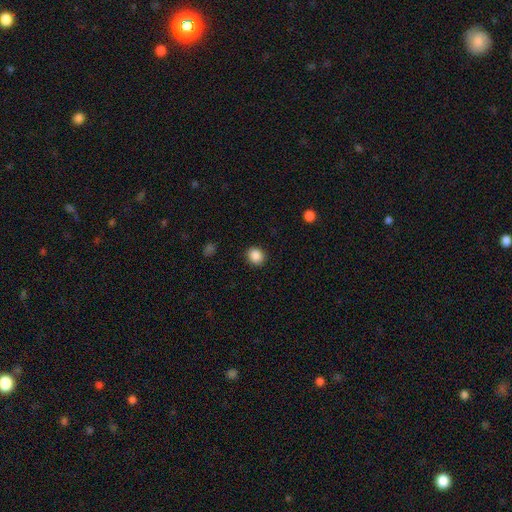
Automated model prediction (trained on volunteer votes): A smooth galaxy with no disk features (88%) that is round (74%).

Vote fractions:
- Smooth or featured? smooth: 88% / star or artifact: 9% / featured or disk: 3%
- How rounded? round: 74% / in between: 25% / cigar-shaped: 1%
- Merging? none: 90% / minor disturbance: 7% / major disturbance: 2% / merger: 1%